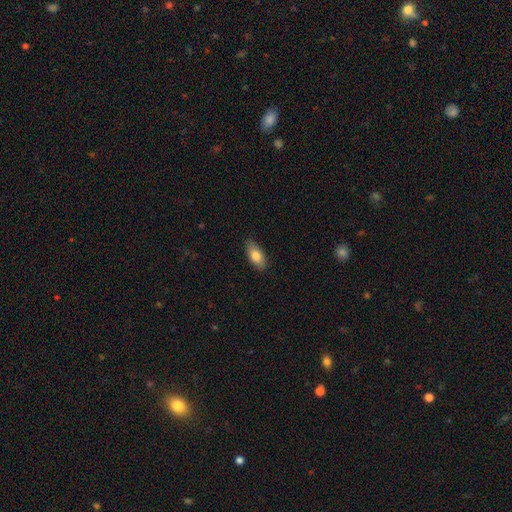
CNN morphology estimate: A smooth galaxy with no disk features (80%) that is in between round and cigar-shaped (88%). Merging: none (87%).